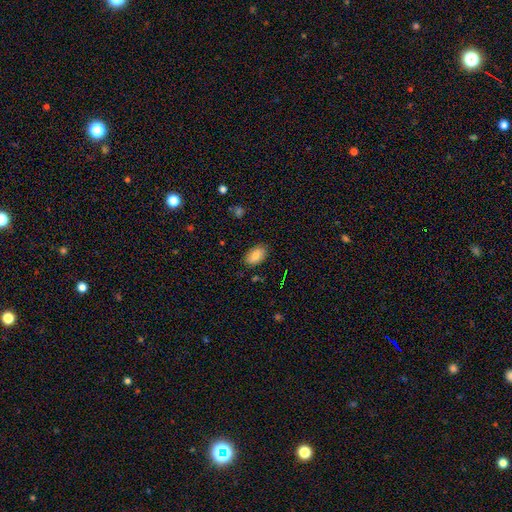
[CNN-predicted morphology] A smooth galaxy with no disk features (85%) that is in between round and cigar-shaped (92%). Merging: none (84%).